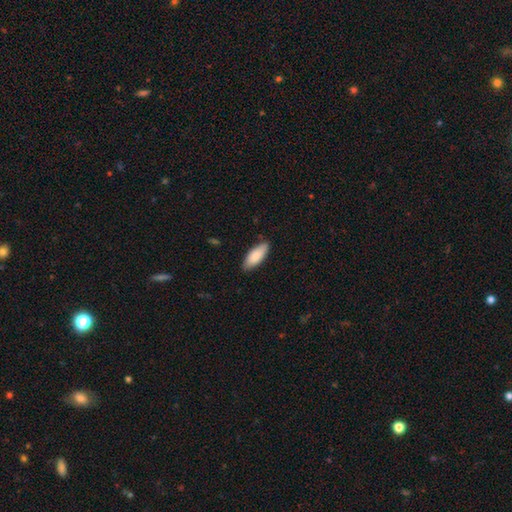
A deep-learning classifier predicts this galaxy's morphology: Smooth or featured?
  - smooth: 87% *
  - featured or disk: 7%
  - star or artifact: 5%
How rounded?
  - in between: 78% *
  - cigar-shaped: 20%
  - round: 2%
Merging?
  - none: 84% *
  - minor disturbance: 13%
  - major disturbance: 2%
  - merger: 1%